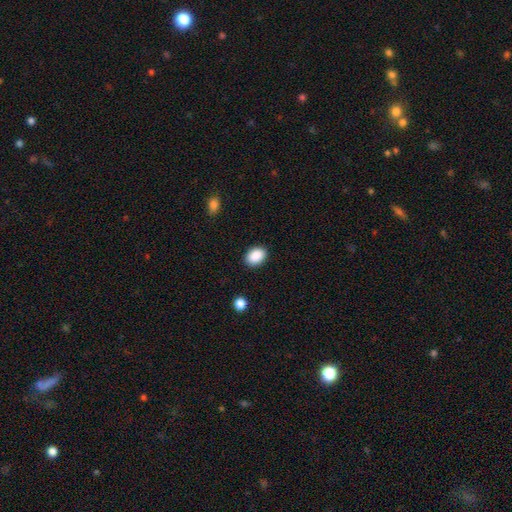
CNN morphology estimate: A smooth galaxy with no disk features (90%) that is in between round and cigar-shaped (80%).

Vote fractions:
- Smooth or featured? smooth: 90% / star or artifact: 8% / featured or disk: 3%
- How rounded? in between: 80% / round: 19% / cigar-shaped: 1%
- Merging? none: 89% / minor disturbance: 8% / major disturbance: 2% / merger: 1%